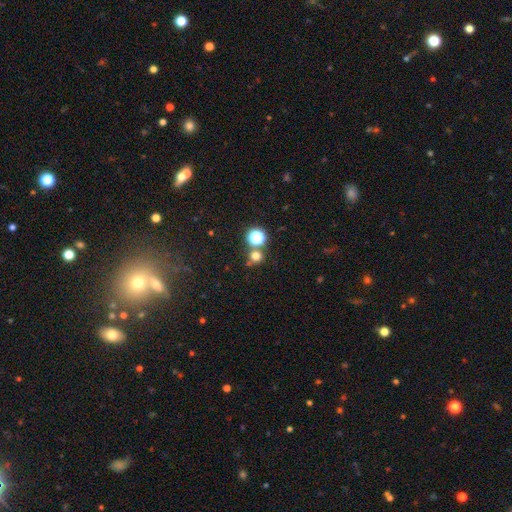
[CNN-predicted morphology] smooth 64%, star or artifact 29%, featured or disk 7%. Down the decision tree: how rounded — round (89%); merging — none (70%).